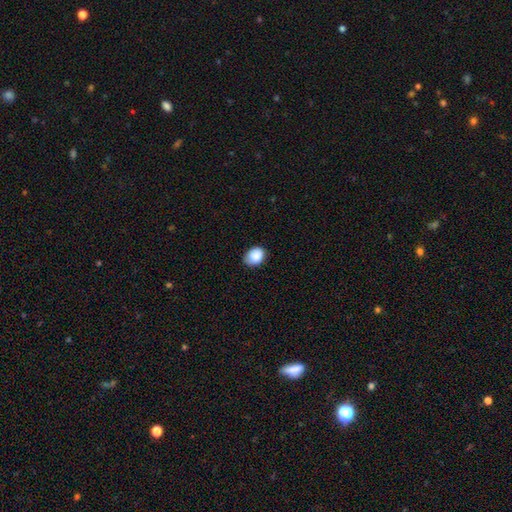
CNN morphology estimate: Overall: smooth (88%). How rounded: in between (56%; round 43%). Merging: none (67%; minor disturbance 27%).